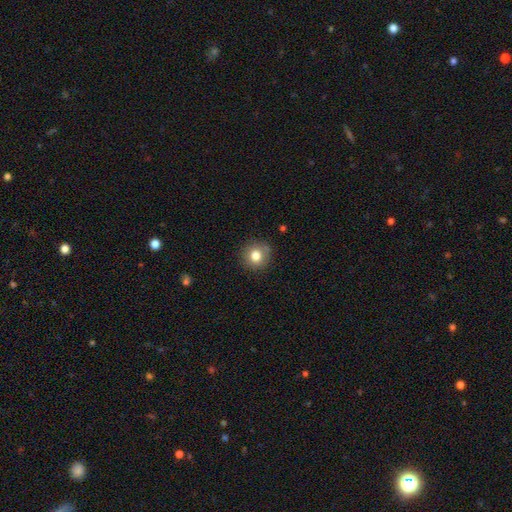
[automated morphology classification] This is likely a smooth galaxy (80%). How rounded: clearly round (90%). Merging: clearly none (86%).